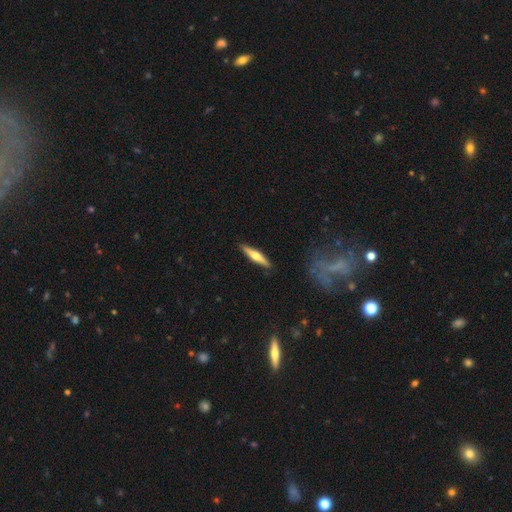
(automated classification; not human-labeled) A featured or disk galaxy (57%) viewed edge-on (96%) with a rounded central bulge (91%). Merging: none (90%).